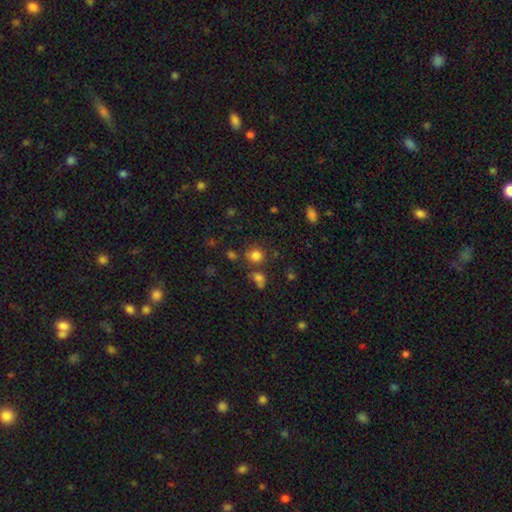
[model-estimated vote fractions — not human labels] A smooth galaxy with no disk features (79%) that is round (80%).

Vote fractions:
- Smooth or featured? smooth: 79% / star or artifact: 15% / featured or disk: 6%
- How rounded? round: 80% / in between: 19% / cigar-shaped: 1%
- Merging? none: 71% / merger: 14% / minor disturbance: 11% / major disturbance: 5%